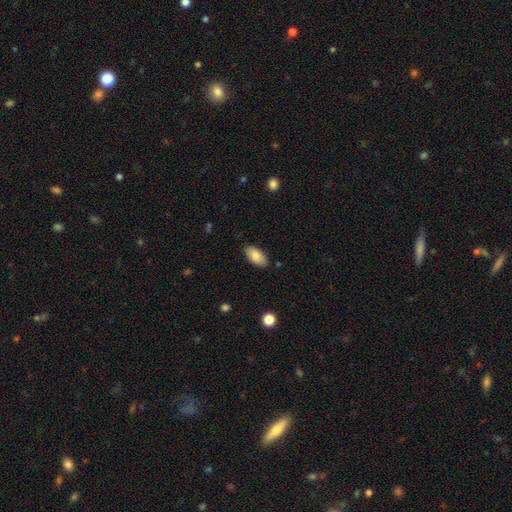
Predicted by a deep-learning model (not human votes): The model was most divided on "merging": none: 85%, minor disturbance: 12%, major disturbance: 2%, merger: 1%. More confident: how rounded — in between (94%); smooth or featured — smooth (83%).